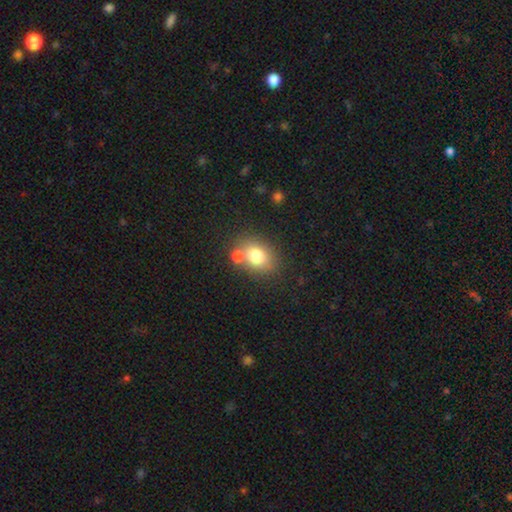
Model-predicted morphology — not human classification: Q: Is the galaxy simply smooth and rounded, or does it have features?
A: smooth — 77%.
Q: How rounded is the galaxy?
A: in between — 57%.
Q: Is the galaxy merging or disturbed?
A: none — 60%.